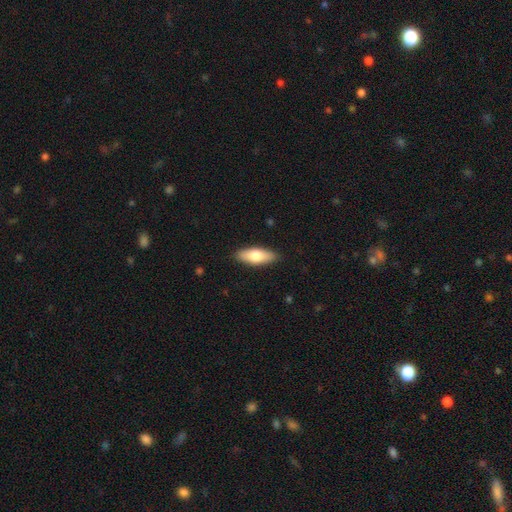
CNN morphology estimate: Q: Smooth or featured?
A: smooth (74%); runner-up: featured or disk (21%)
Q: How rounded?
A: in between (71%); runner-up: cigar-shaped (27%)
Q: Merging?
A: none (88%); runner-up: minor disturbance (9%)